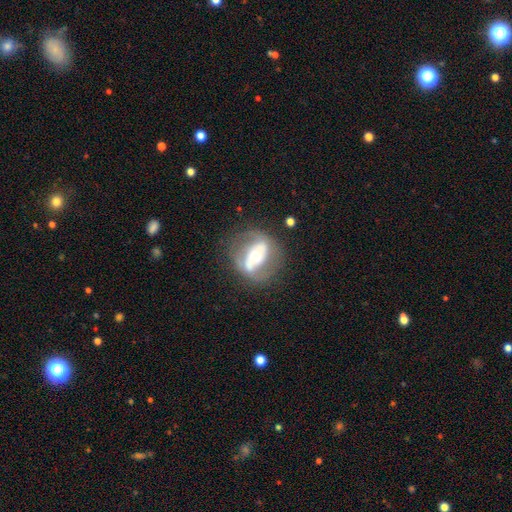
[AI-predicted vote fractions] Q: Smooth or featured?
A: featured or disk (72%); runner-up: smooth (22%)
Q: Edge-on disk?
A: no (92%); runner-up: yes (8%)
Q: Bar?
A: strong (43%); runner-up: no (33%)
Q: Spiral arms?
A: yes (58%); runner-up: no (42%)
Q: Bulge size?
A: moderate (65%); runner-up: small (22%)
Q: Merging?
A: none (68%); runner-up: minor disturbance (17%)